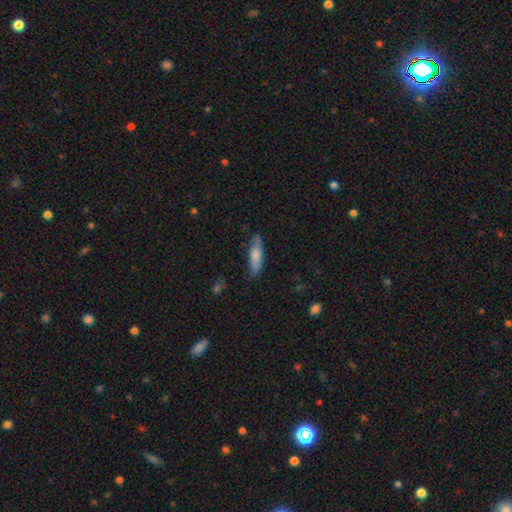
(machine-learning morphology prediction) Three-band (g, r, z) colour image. It shows a smooth galaxy with no disk features (76%) that is cigar-shaped (64%). Merging: none (73%).